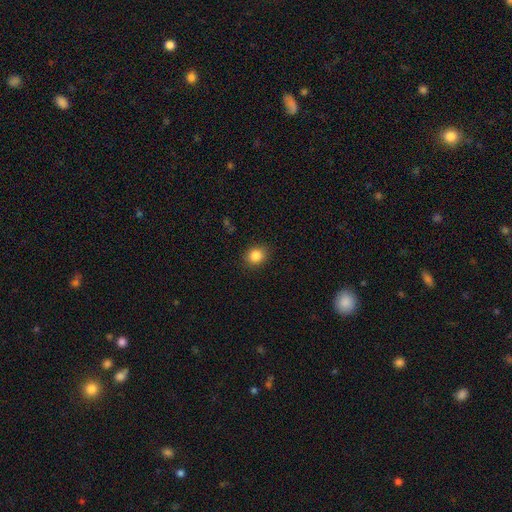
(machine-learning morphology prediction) smooth_or_featured: smooth (p=0.85) [alt: star or artifact p=0.10]
how_rounded: round (p=0.69) [alt: in between p=0.30]
merging: none (p=0.88) [alt: minor disturbance p=0.08]